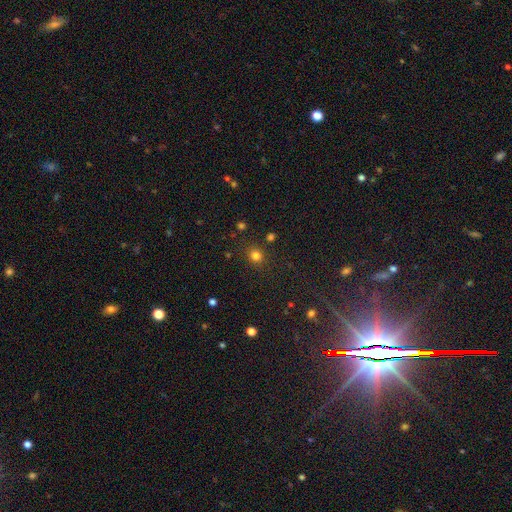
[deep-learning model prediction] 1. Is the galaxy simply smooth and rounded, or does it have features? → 78% smooth, 17% star or artifact, 5% featured or disk.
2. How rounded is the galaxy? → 86% round, 13% in between, 1% cigar-shaped.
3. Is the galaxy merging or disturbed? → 87% none, 8% minor disturbance, 3% major disturbance, 3% merger.